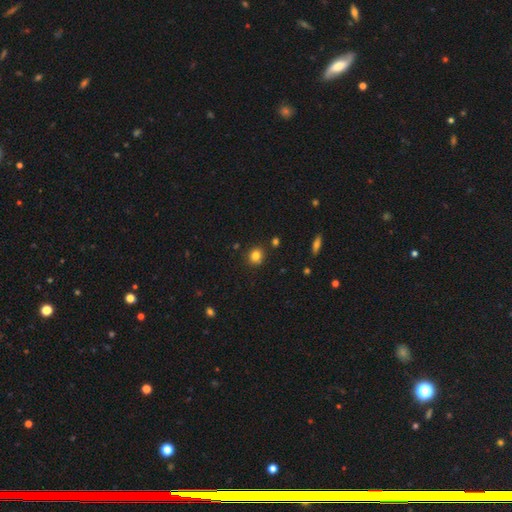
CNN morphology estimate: This appears to be a smooth galaxy with no disk features (81%) that is round (86%). Merging: none (88%).